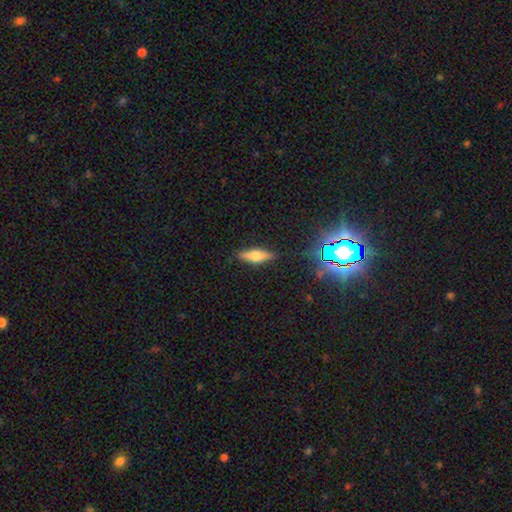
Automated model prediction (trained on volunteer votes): Q: Smooth or featured?
A: smooth (51%); runner-up: featured or disk (38%)
Q: How rounded?
A: cigar-shaped (58%); runner-up: in between (39%)
Q: Merging?
A: none (86%); runner-up: minor disturbance (10%)